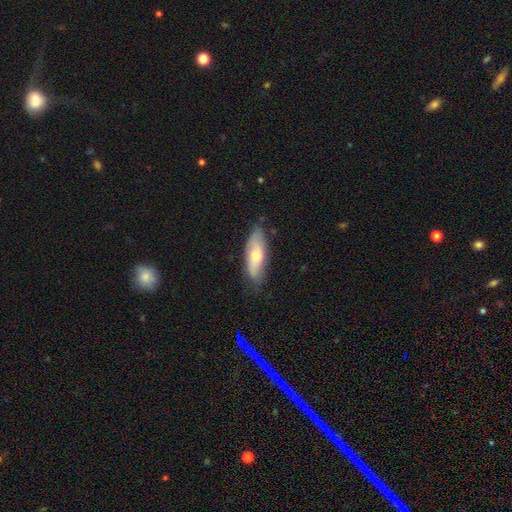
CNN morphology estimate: smooth 63%, featured or disk 31%, star or artifact 6%. Down the decision tree: how rounded — in between (66%); merging — none (75%).